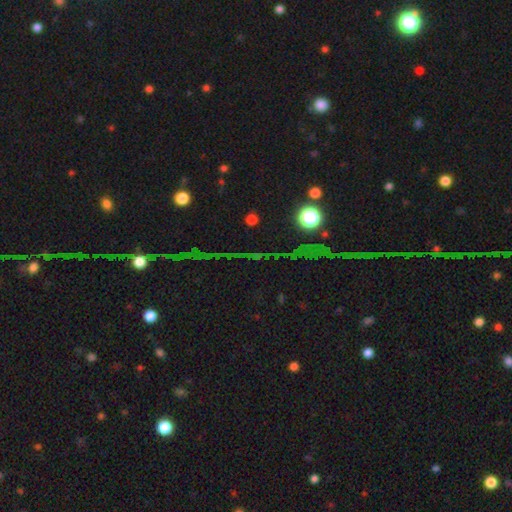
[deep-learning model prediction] Smooth or featured? star or artifact (78%)